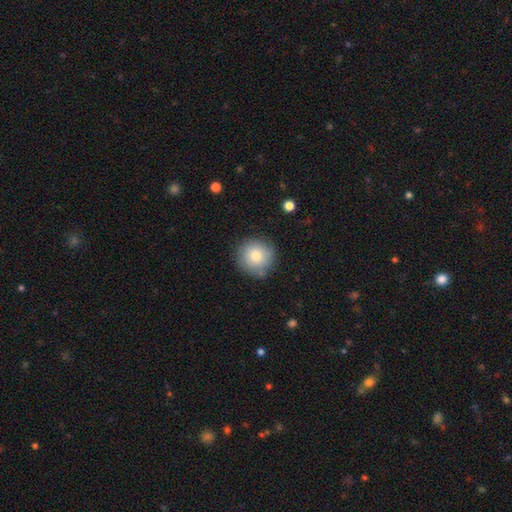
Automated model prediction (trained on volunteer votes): This appears to be a smooth galaxy with no disk features (78%) that is round (95%). Merging: none (83%).